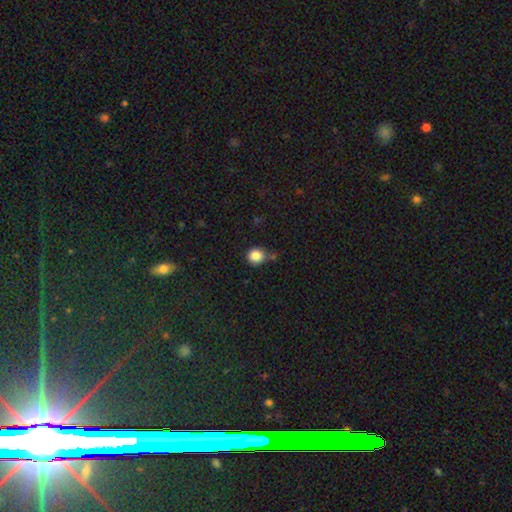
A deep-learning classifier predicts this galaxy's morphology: Smooth or featured?
  - smooth: 86% *
  - star or artifact: 10%
  - featured or disk: 4%
How rounded?
  - round: 91% *
  - in between: 8%
  - cigar-shaped: 1%
Merging?
  - none: 70% *
  - minor disturbance: 16%
  - merger: 9%
  - major disturbance: 4%